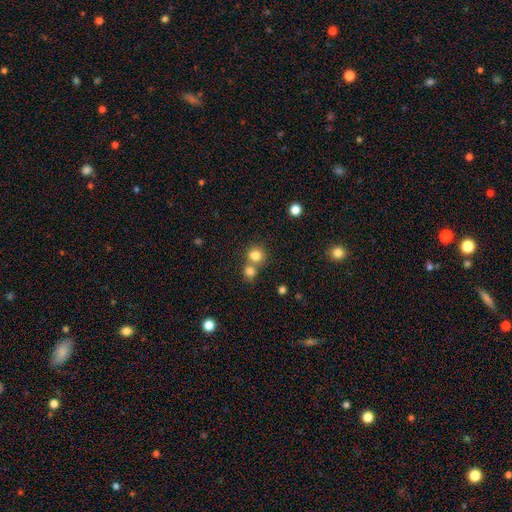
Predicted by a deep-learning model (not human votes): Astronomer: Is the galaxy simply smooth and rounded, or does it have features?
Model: smooth — 80%.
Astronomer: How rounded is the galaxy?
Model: round — 82%.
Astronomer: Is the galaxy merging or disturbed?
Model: none — 49% (runner-up: merger, 41%).